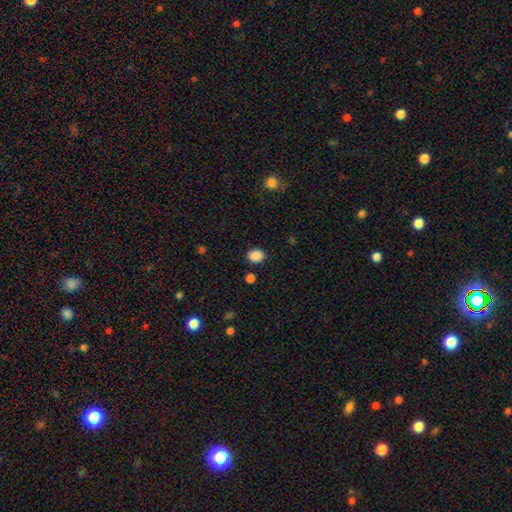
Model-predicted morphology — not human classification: Smooth or featured? Predicted: smooth (p=0.88). How rounded? Predicted: round (p=0.58). Merging? Predicted: none (p=0.86).